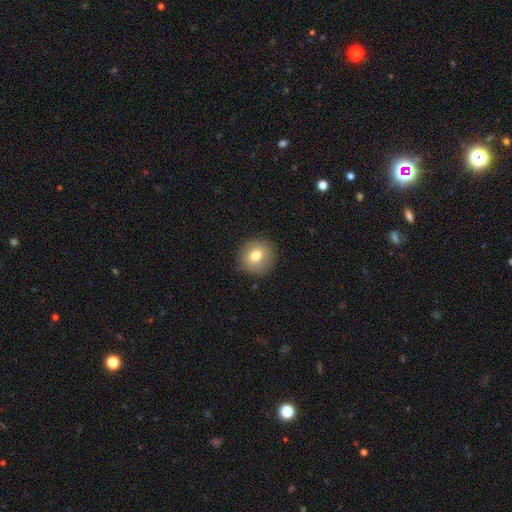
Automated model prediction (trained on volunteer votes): Smooth or featured? Predicted: smooth (p=0.75). How rounded? Predicted: round (p=0.91). Merging? Predicted: none (p=0.87).